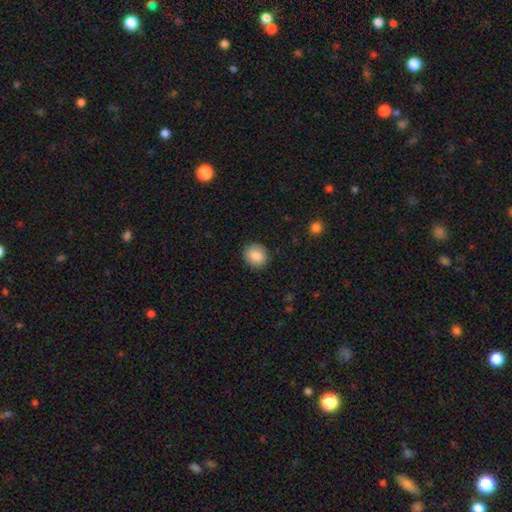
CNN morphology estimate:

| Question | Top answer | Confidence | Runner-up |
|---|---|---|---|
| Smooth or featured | smooth | 87% | star or artifact (8%) |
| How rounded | round | 82% | in between (17%) |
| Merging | none | 89% | minor disturbance (8%) |